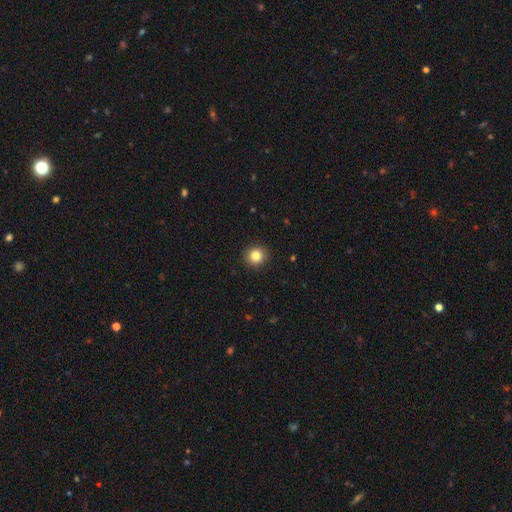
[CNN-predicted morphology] Overall: smooth (83%). How rounded: round (92%). Merging: none (92%).